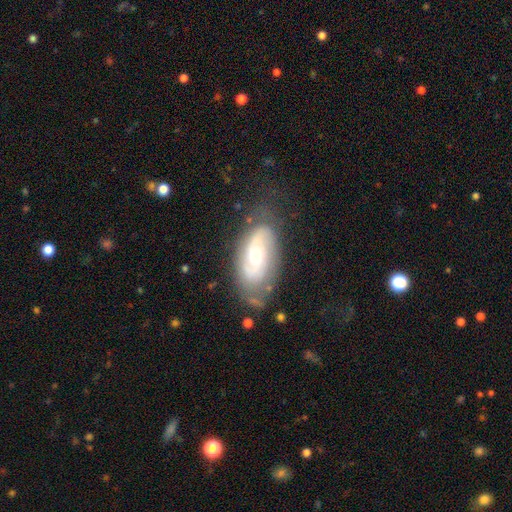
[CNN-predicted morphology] smooth_or_featured: featured or disk (p=0.70) [alt: smooth p=0.24]
disk_edge_on: no (p=0.94) [alt: yes p=0.06]
bar: no (p=0.54) [alt: weak p=0.37]
has_spiral_arms: yes (p=0.87) [alt: no p=0.13]
spiral_winding: medium (p=0.42) [alt: tight p=0.36]
spiral_arm_count: 2 (p=0.67) [alt: can't tell p=0.21]
bulge_size: moderate (p=0.58) [alt: small p=0.32]
merging: none (p=0.62) [alt: minor disturbance p=0.24]